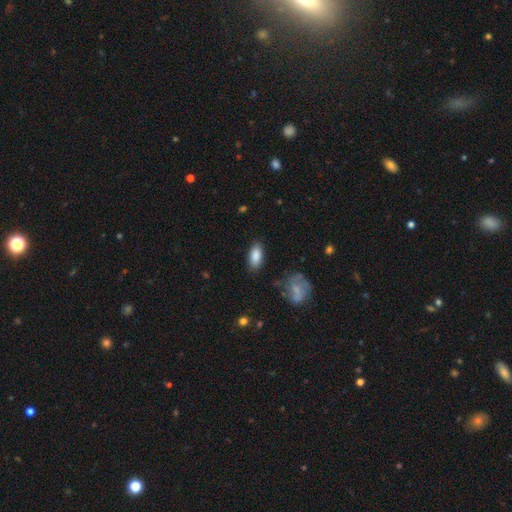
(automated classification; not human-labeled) Overall: smooth (86%). How rounded: in between (91%). Merging: none (83%).